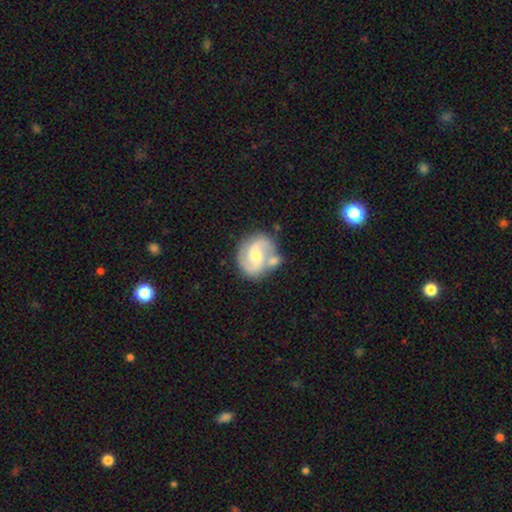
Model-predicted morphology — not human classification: A featured or disk galaxy (81%) with no bar (50%), 2 (89%) medium (55%) spiral arms (95%) and a moderate central bulge (49%).

Vote fractions:
- Smooth or featured? featured or disk: 81% / smooth: 14% / star or artifact: 6%
- Edge-on disk? no: 98% / yes: 2%
- Bar? no: 50% / weak: 40% / strong: 10%
- Spiral arms? yes: 95% / no: 5%
- Spiral winding? medium: 55% / tight: 25% / loose: 20%
- Spiral arm count? 2: 89% / can't tell: 4% / 3: 3% / 1: 2% / 4: 1% / more than 4: 1%
- Bulge size? moderate: 49% / small: 46% / large: 2% / none: 2% / dominant: 1%
- Merging? none: 59% / merger: 22% / minor disturbance: 15% / major disturbance: 5%